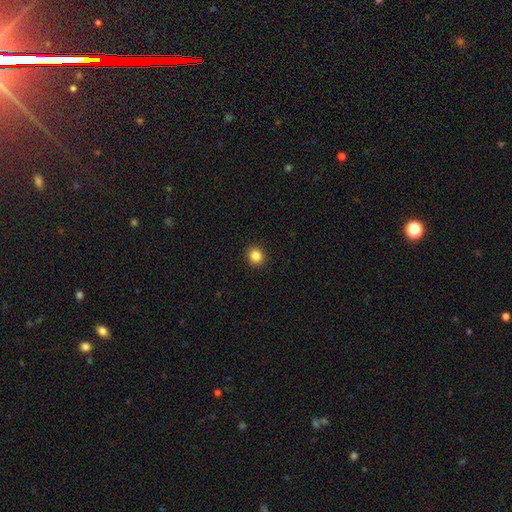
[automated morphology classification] Smooth or featured: smooth — 85% (star or artifact — 11%)
How rounded: round — 89% (in between — 10%)
Merging: none — 93% (minor disturbance — 5%)